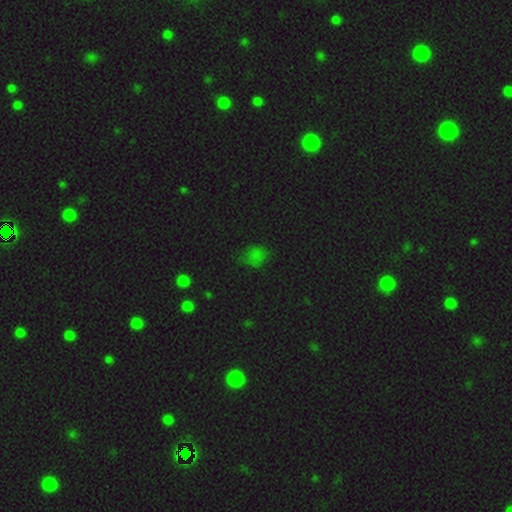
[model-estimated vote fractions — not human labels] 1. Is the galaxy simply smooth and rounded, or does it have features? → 57% smooth, 35% star or artifact, 8% featured or disk.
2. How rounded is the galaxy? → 63% round, 35% in between, 2% cigar-shaped.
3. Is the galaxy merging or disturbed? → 63% none, 24% minor disturbance, 10% major disturbance, 3% merger.